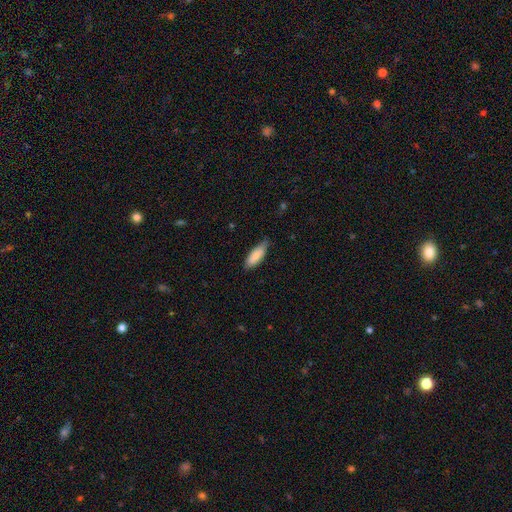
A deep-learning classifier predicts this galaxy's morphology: Smooth or featured?
  - smooth: 86% *
  - featured or disk: 9%
  - star or artifact: 6%
How rounded?
  - in between: 66% *
  - cigar-shaped: 32%
  - round: 2%
Merging?
  - none: 71% *
  - minor disturbance: 24%
  - major disturbance: 3%
  - merger: 1%